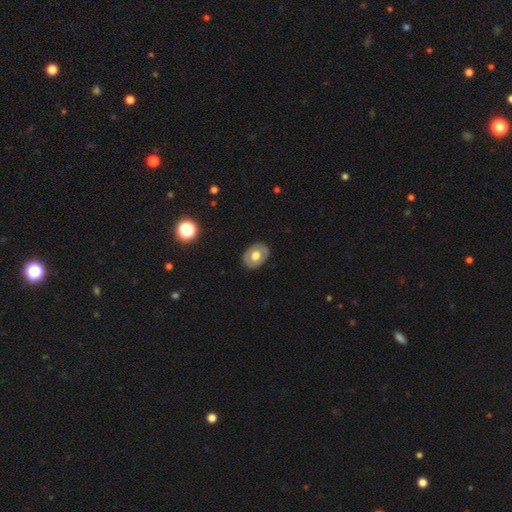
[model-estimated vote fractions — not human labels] The model was most divided on "smooth or featured": smooth: 60%, featured or disk: 33%, star or artifact: 7%. More confident: merging — none (86%); how rounded — in between (68%).